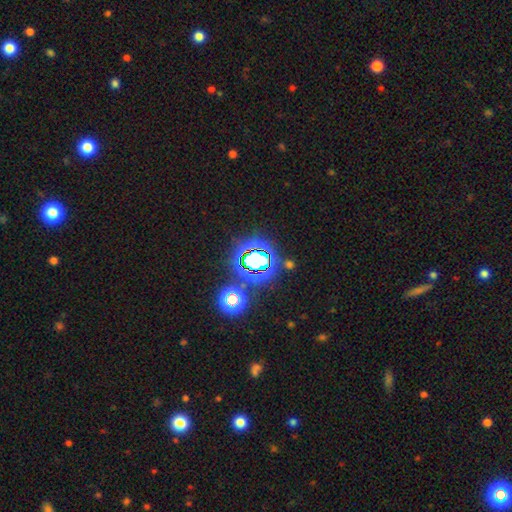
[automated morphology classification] smooth_or_featured: star or artifact (p=0.76) [alt: smooth p=0.15]